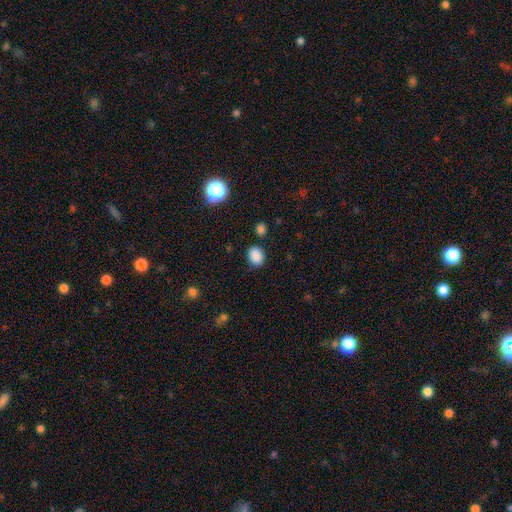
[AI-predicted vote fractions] This appears to be a smooth galaxy with no disk features (87%) that is in between round and cigar-shaped (56%). Merging: none (84%).